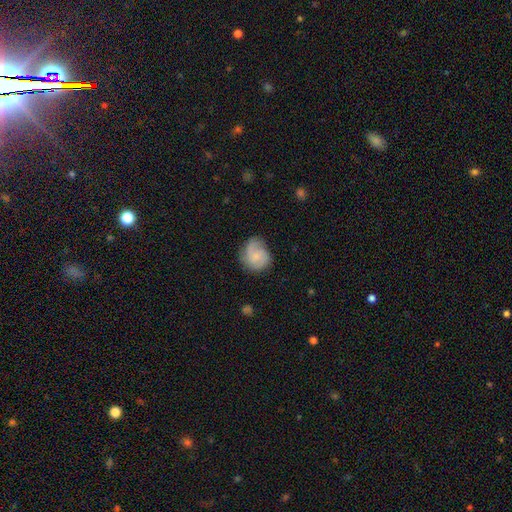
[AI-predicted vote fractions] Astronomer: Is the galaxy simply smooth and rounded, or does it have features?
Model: featured or disk — 47% (runner-up: smooth, 46%).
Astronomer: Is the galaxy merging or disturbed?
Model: none — 57%.